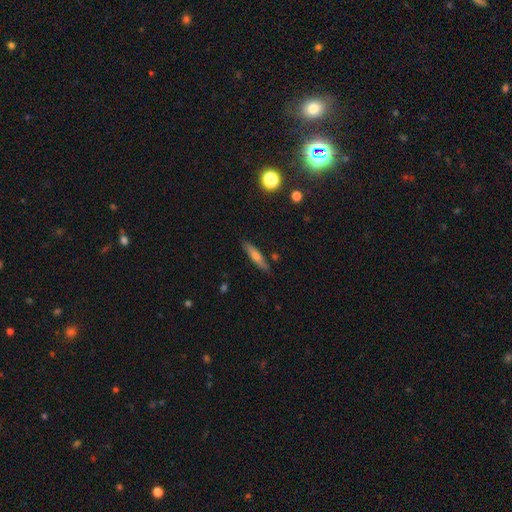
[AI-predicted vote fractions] Morphology: type=smooth (46%); merging=none (86%).